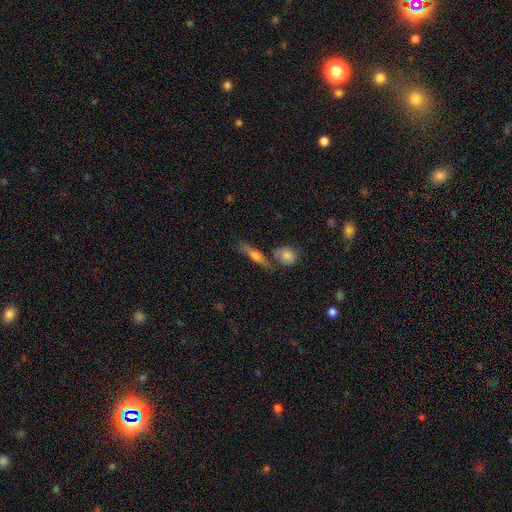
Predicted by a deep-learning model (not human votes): A featured or disk galaxy (53%) viewed edge-on (91%). Merging: none (70%).